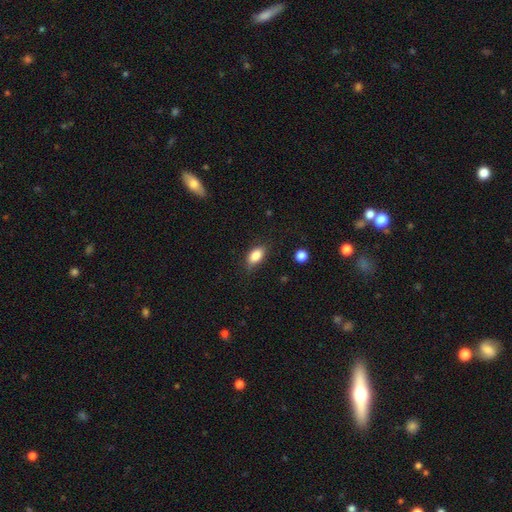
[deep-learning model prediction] smooth_or_featured: smooth (p=0.85) [alt: star or artifact p=0.08]
how_rounded: in between (p=0.88) [alt: round p=0.08]
merging: none (p=0.80) [alt: minor disturbance p=0.16]